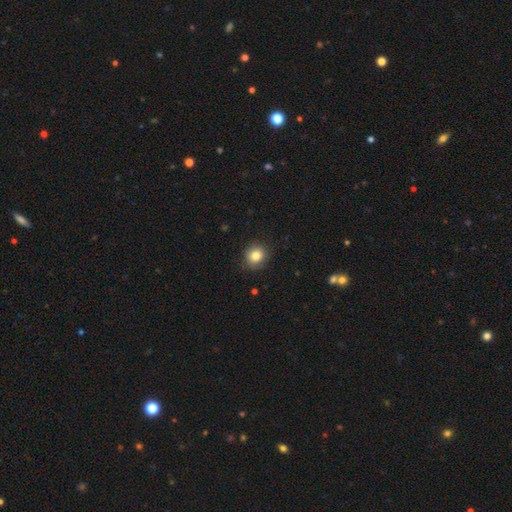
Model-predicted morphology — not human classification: This appears to be a smooth galaxy with no disk features (82%) that is round (87%). Merging: none (87%).